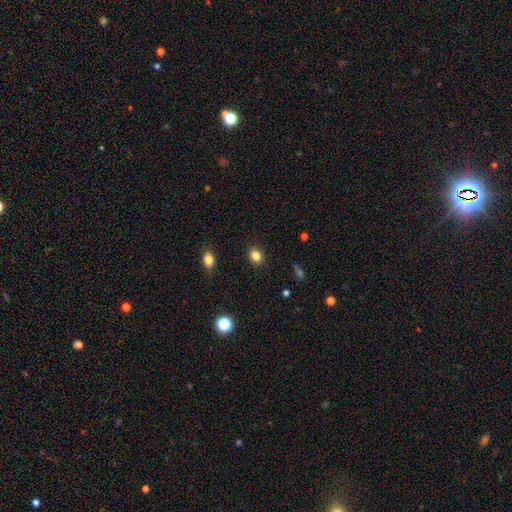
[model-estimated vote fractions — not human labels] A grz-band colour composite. It shows a smooth galaxy with no disk features (83%) that is round (58%). Merging: none (89%).